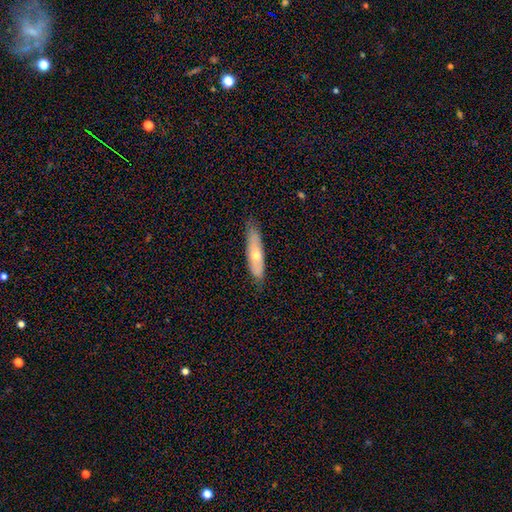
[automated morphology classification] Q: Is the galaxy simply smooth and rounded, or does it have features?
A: smooth — 54%.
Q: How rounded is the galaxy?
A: cigar-shaped — 67%.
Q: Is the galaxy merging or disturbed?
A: none — 77%.